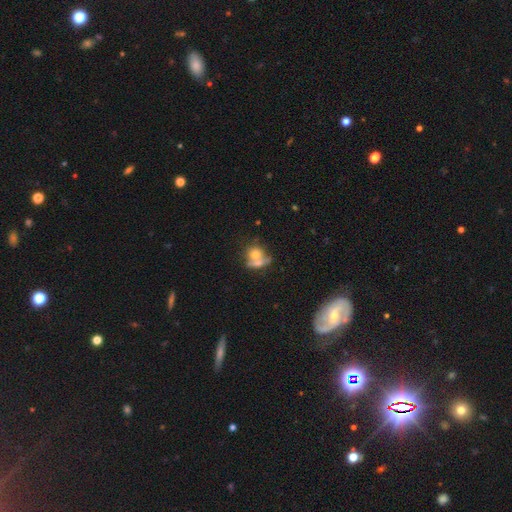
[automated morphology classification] Smooth or featured? Predicted: smooth (p=0.68). How rounded? Predicted: round (p=0.72). Merging? Predicted: merger (p=0.51).